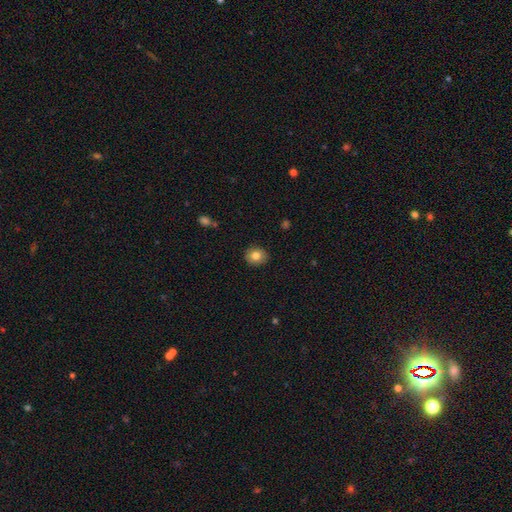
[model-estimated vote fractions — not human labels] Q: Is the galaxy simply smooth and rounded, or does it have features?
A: smooth — 81%.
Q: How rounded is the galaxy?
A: round — 71%.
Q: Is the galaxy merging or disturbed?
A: none — 89%.